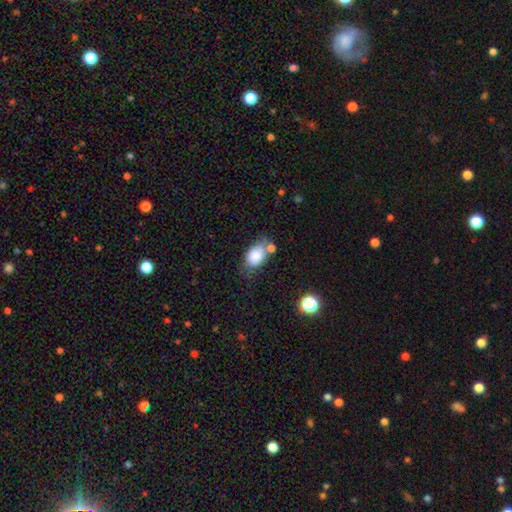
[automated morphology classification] Smooth or featured: smooth — 80% (featured or disk — 12%)
How rounded: in between — 85% (round — 13%)
Merging: none — 49% (minor disturbance — 23%)